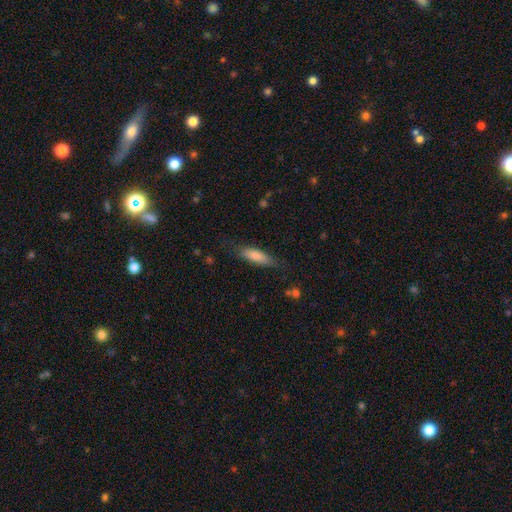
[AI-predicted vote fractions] Overall: smooth (76%). How rounded: cigar-shaped (49%, tied with in between). Merging: none (74%).